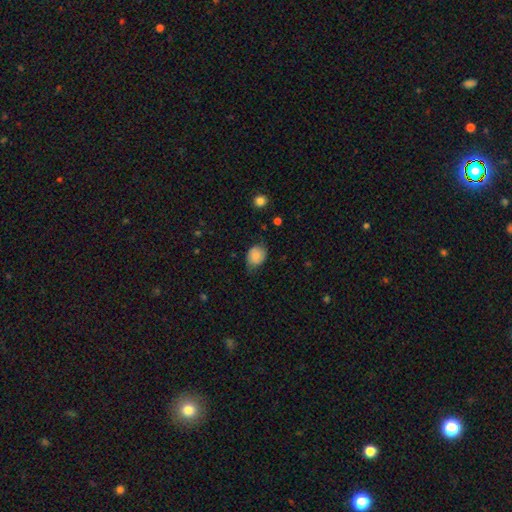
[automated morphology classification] This appears to be a smooth galaxy with no disk features (74%) that is round (50%). Merging: none (59%).